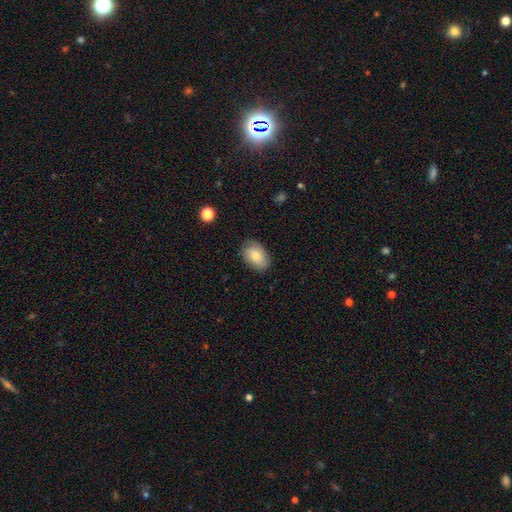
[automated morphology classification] smooth 74%, featured or disk 19%, star or artifact 7%. Down the decision tree: how rounded — in between (86%); merging — none (79%).